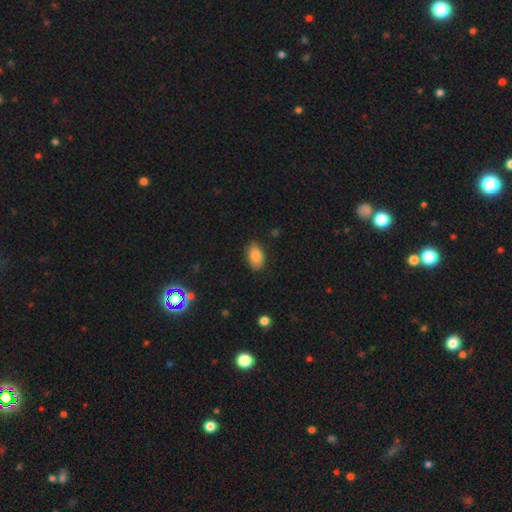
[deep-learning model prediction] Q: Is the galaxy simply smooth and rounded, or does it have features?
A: smooth — 85%.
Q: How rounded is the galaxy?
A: in between — 92%.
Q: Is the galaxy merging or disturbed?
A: none — 85%.